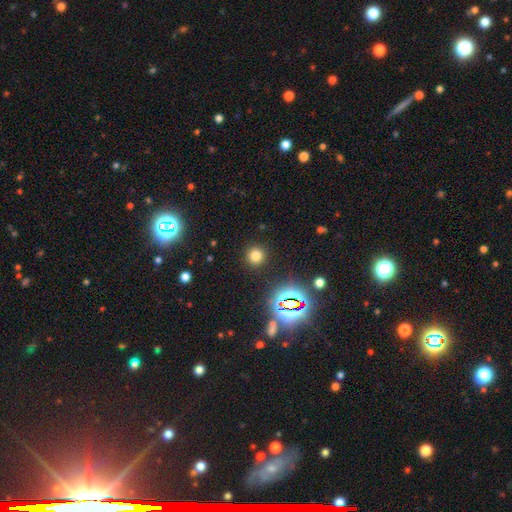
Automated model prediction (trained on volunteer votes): Smooth or featured?
  - smooth: 72% *
  - star or artifact: 22%
  - featured or disk: 6%
How rounded?
  - round: 94% *
  - in between: 5%
  - cigar-shaped: 1%
Merging?
  - none: 91% *
  - minor disturbance: 5%
  - major disturbance: 3%
  - merger: 2%